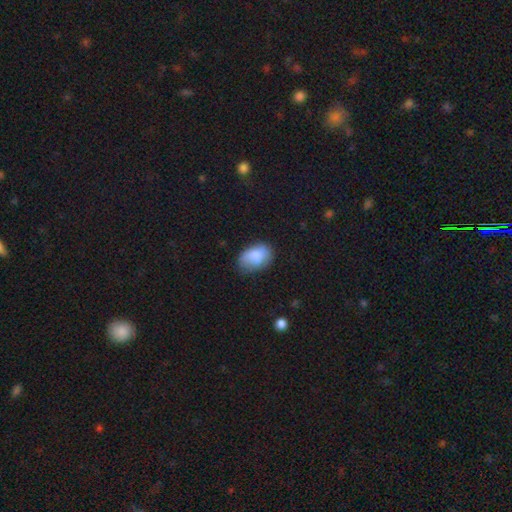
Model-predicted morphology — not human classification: Smooth or featured? Predicted: smooth (p=0.82). How rounded? Predicted: in between (p=0.84). Merging? Predicted: none (p=0.64).